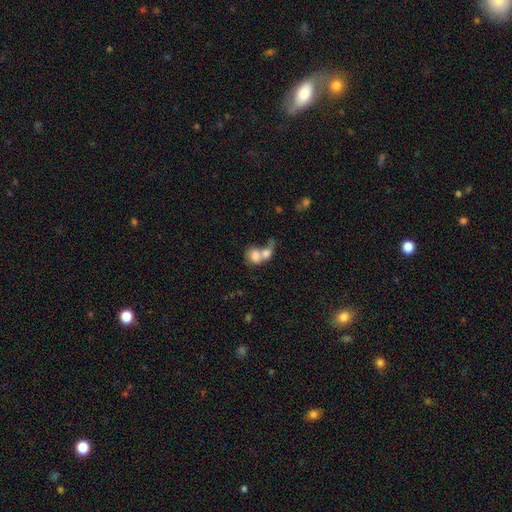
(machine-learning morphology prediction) A smooth galaxy with no disk features (70%) that is in between round and cigar-shaped (59%). Merging: merger (76%).